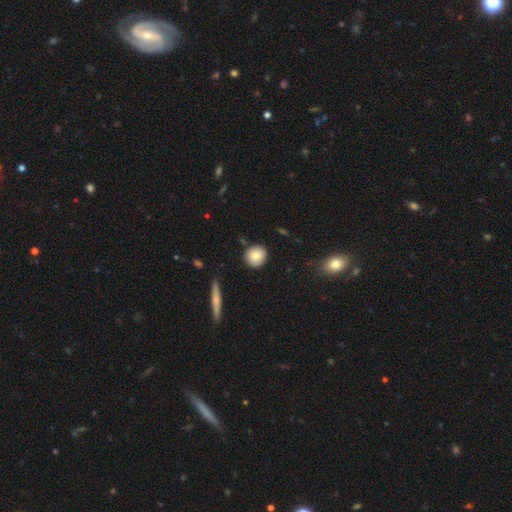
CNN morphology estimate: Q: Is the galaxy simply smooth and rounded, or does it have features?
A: smooth — 83%.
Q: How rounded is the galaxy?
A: round — 88%.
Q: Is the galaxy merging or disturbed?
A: none — 88%.